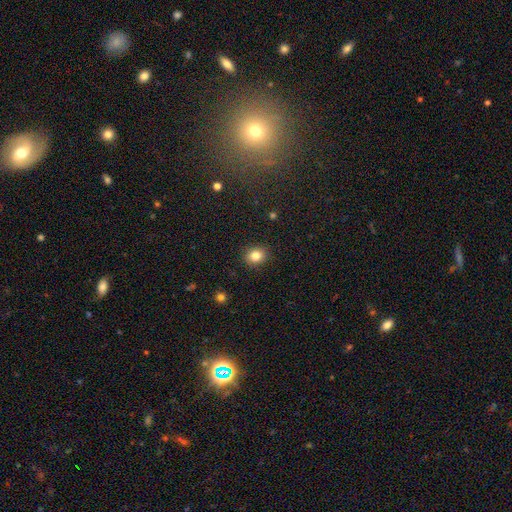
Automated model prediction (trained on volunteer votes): This is clearly a smooth galaxy (83%). How rounded: likely round (66%). Merging: clearly none (90%).